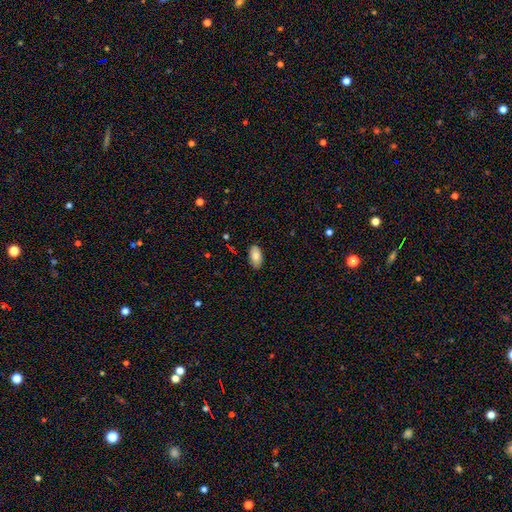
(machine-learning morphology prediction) smooth 82%, featured or disk 11%, star or artifact 7%. Down the decision tree: how rounded — in between (95%); merging — none (86%).